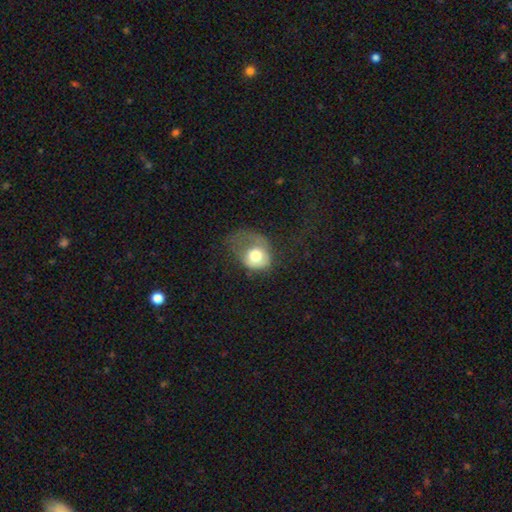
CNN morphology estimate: Smooth or featured? Predicted: smooth (p=0.63). How rounded? Predicted: round (p=0.58). Merging? Predicted: major disturbance (p=0.56).